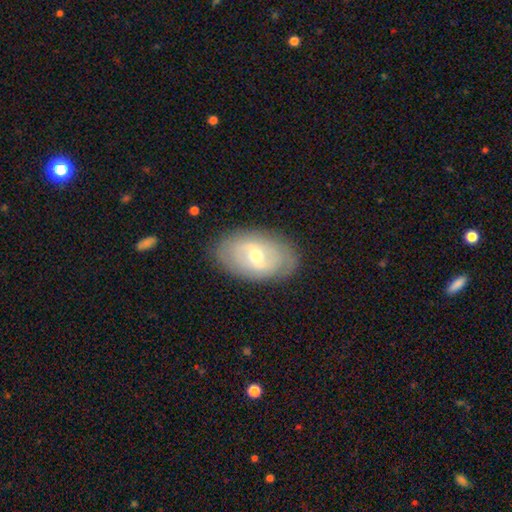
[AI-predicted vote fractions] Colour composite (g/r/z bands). It shows a featured or disk galaxy (62%) with a weak bar (51%), spiral arms (52%) and a moderate central bulge (63%). Merging: none (83%).